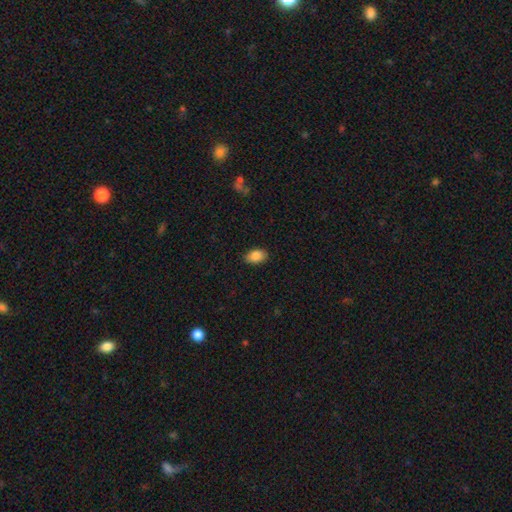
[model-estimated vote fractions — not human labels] Smooth or featured? smooth (87%)
How rounded? in between (90%)
Merging? none (87%)